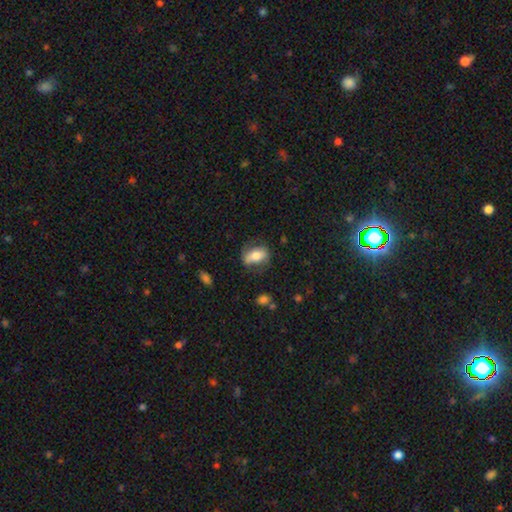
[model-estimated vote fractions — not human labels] smooth-or-featured: smooth: 66% | featured or disk: 27% | star or artifact: 7%
  how-rounded: in between: 85% | round: 10% | cigar-shaped: 5%
  merging: none: 67% | minor disturbance: 21% | major disturbance: 10% | merger: 2%